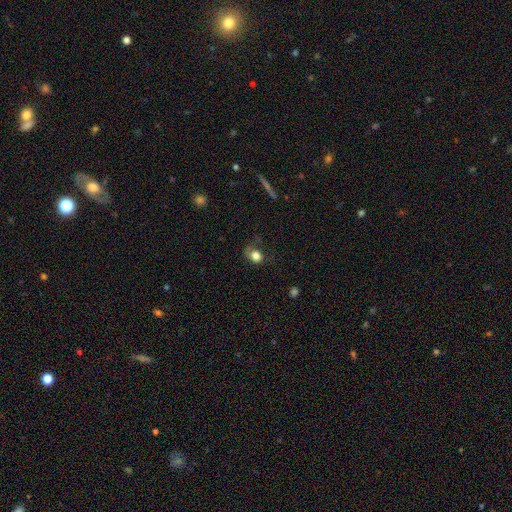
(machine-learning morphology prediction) Smooth or featured? smooth (78%)
How rounded? round (55%)
Merging? none (45%)